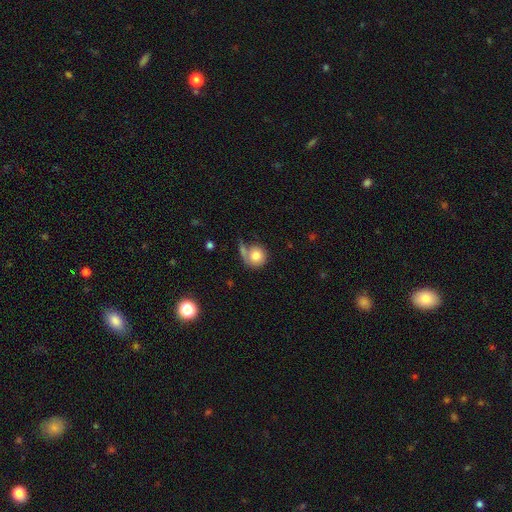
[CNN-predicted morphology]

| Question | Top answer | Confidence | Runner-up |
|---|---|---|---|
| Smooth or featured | smooth | 78% | featured or disk (15%) |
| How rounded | round | 88% | in between (11%) |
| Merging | none | 47% | merger (22%) |